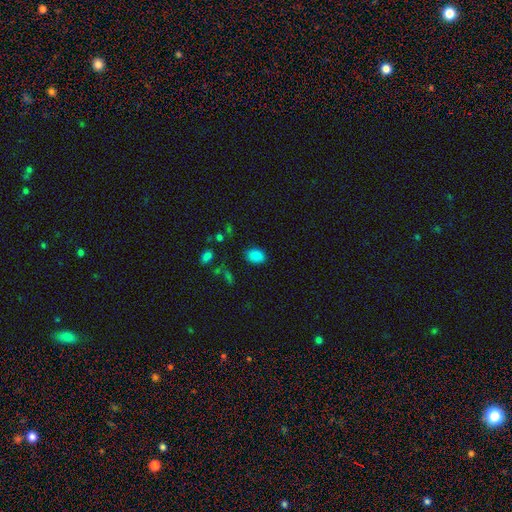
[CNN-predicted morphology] smooth 85%, star or artifact 12%, featured or disk 3%. Down the decision tree: how rounded — in between (72%); merging — none (84%).